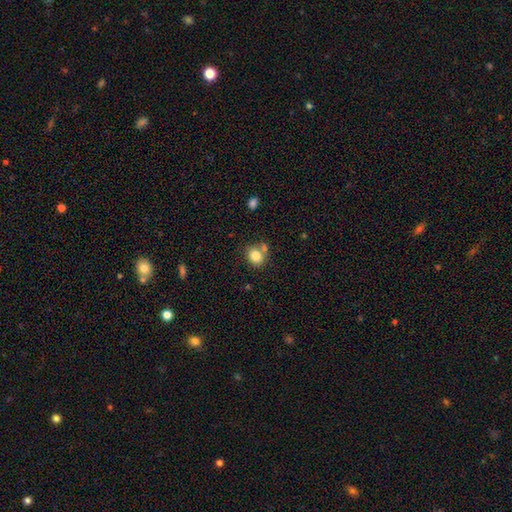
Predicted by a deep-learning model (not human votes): Morphology: type=smooth (82%); roundness=round (66%); merging=none (60%).